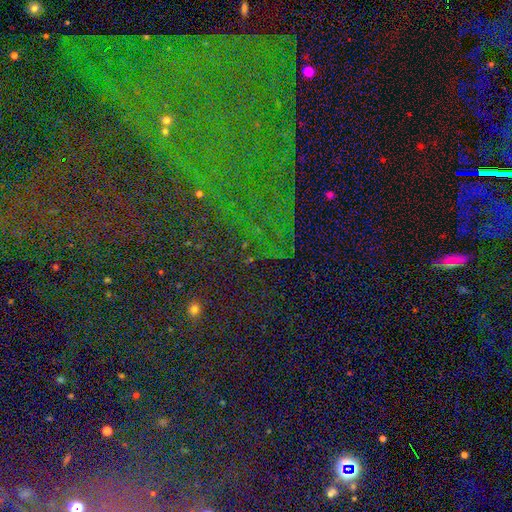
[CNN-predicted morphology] smooth-or-featured: star or artifact: 78% | smooth: 13% | featured or disk: 9%